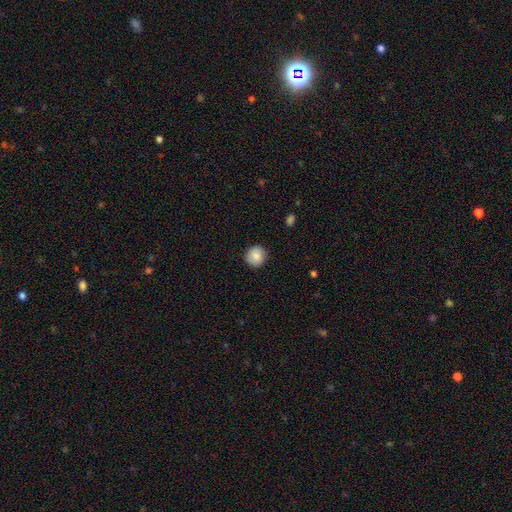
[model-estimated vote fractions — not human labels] The model was most divided on "smooth or featured": smooth: 86%, star or artifact: 8%, featured or disk: 7%. More confident: how rounded — round (92%); merging — none (88%).